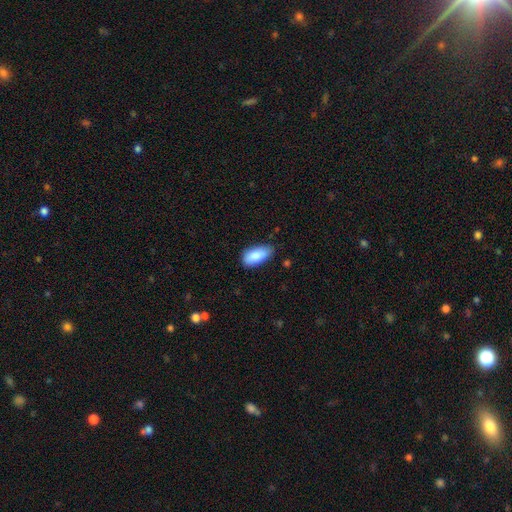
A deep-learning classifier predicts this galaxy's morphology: A smooth galaxy with no disk features (86%) that is in between round and cigar-shaped (93%).

Vote fractions:
- Smooth or featured? smooth: 86% / featured or disk: 7% / star or artifact: 6%
- How rounded? in between: 93% / cigar-shaped: 5% / round: 3%
- Merging? none: 64% / minor disturbance: 30% / major disturbance: 4% / merger: 2%